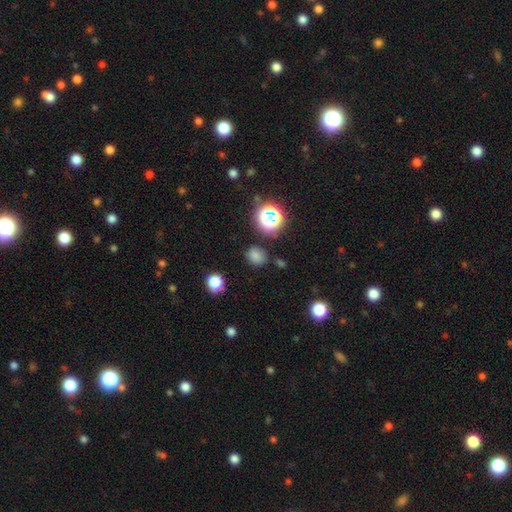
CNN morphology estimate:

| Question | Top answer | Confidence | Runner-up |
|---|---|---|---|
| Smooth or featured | smooth | 73% | star or artifact (22%) |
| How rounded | round | 65% | in between (34%) |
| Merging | none | 78% | minor disturbance (14%) |